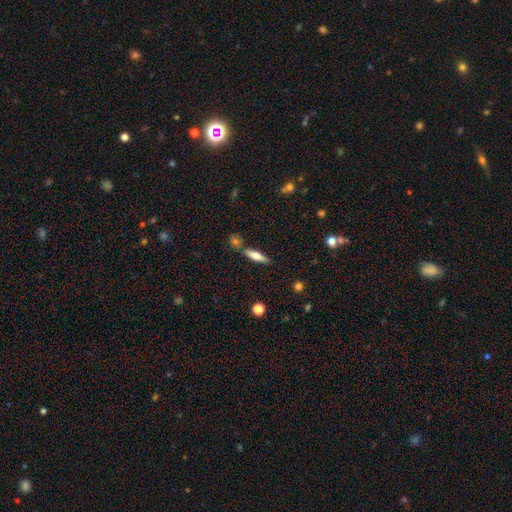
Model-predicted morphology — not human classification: Smooth or featured?
  - smooth: 57% *
  - featured or disk: 36%
  - star or artifact: 7%
How rounded?
  - cigar-shaped: 70% *
  - in between: 28%
  - round: 2%
Merging?
  - none: 76% *
  - minor disturbance: 11%
  - merger: 10%
  - major disturbance: 3%